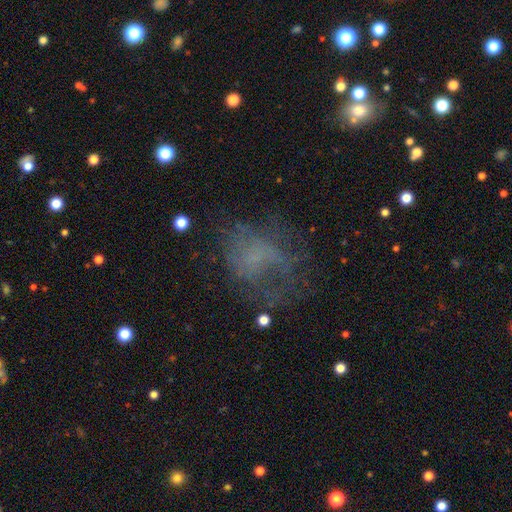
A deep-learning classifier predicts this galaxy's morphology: smooth_or_featured: smooth (p=0.39) [alt: featured or disk p=0.37]
merging: none (p=0.43) [alt: major disturbance p=0.34]